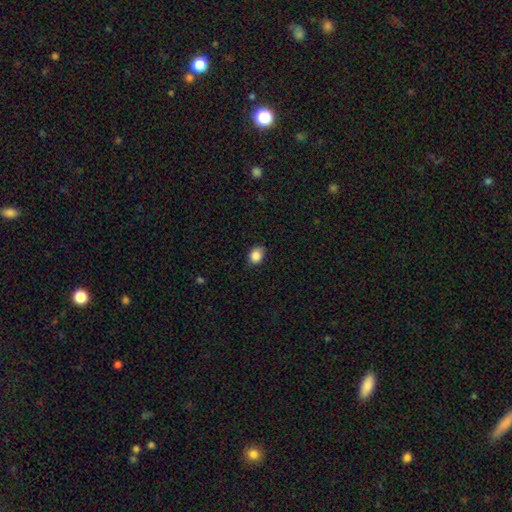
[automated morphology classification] Q: Smooth or featured?
A: smooth (87%); runner-up: star or artifact (9%)
Q: How rounded?
A: in between (54%); runner-up: round (44%)
Q: Merging?
A: none (81%); runner-up: minor disturbance (16%)